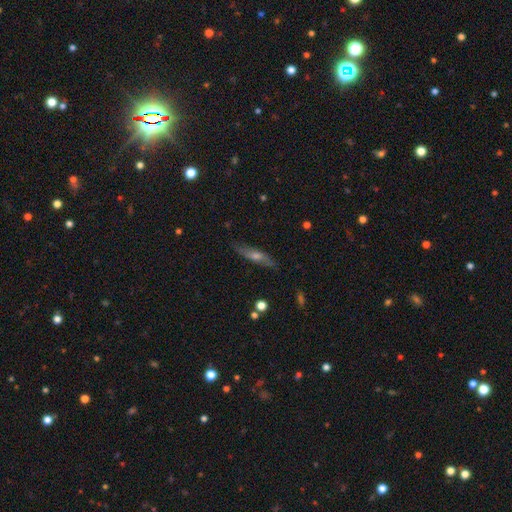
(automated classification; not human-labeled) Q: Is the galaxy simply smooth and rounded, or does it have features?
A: featured or disk — 56%.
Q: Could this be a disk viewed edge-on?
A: yes — 77%.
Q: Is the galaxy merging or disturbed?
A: none — 83%.